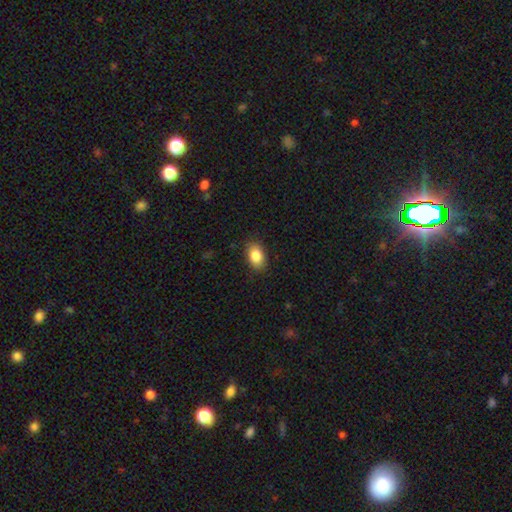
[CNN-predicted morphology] The model was most divided on "how rounded": in between: 86%, round: 13%, cigar-shaped: 1%. More confident: merging — none (86%); smooth or featured — smooth (86%).